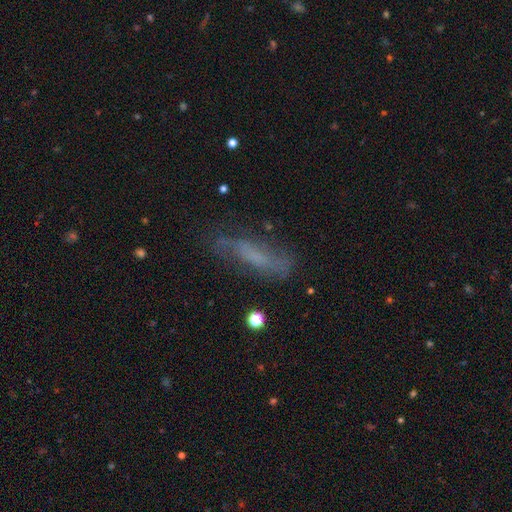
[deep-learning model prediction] smooth_or_featured: smooth (p=0.45) [alt: featured or disk p=0.42]
merging: none (p=0.61) [alt: minor disturbance p=0.24]